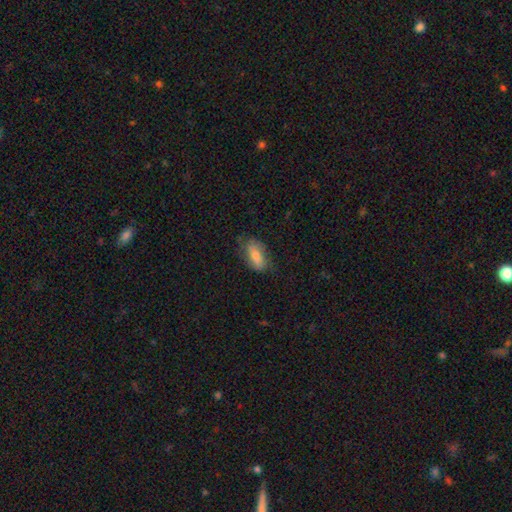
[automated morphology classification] smooth-or-featured: smooth: 70% | featured or disk: 23% | star or artifact: 7%
  how-rounded: in between: 83% | cigar-shaped: 13% | round: 4%
  merging: none: 70% | minor disturbance: 22% | major disturbance: 6% | merger: 1%